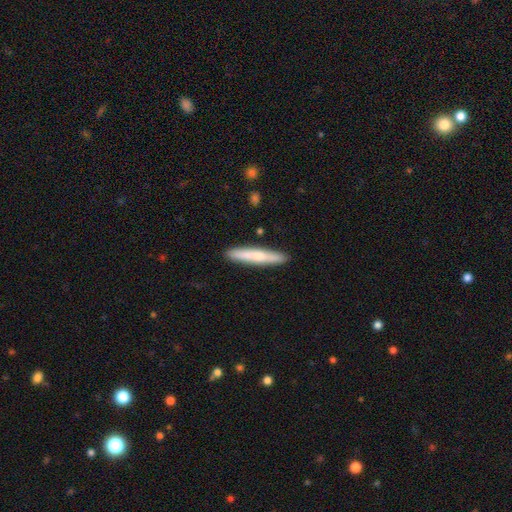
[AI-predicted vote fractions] Overall: smooth (65%; featured or disk 30%). How rounded: cigar-shaped (93%). Merging: none (90%).